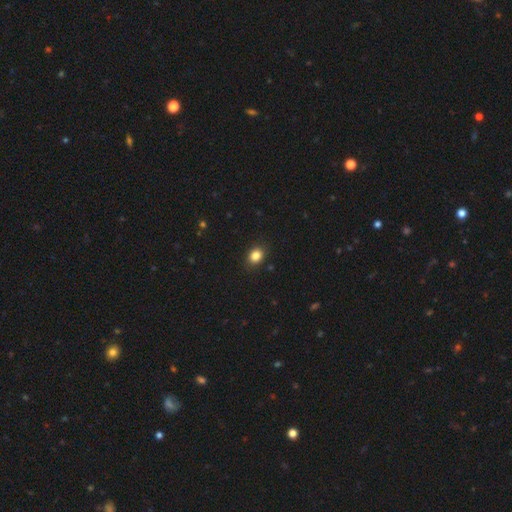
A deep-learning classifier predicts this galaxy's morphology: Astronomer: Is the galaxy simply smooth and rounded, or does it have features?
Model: smooth — 85%.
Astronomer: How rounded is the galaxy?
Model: round — 50% (runner-up: in between, 49%).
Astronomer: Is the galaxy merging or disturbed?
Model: none — 89%.